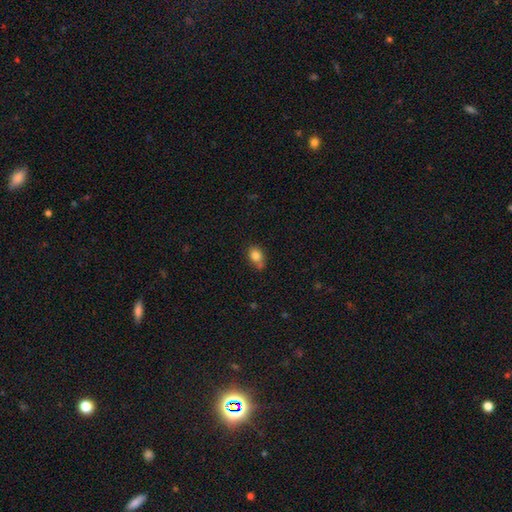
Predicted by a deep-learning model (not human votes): Smooth or featured: smooth — 82% (star or artifact — 10%)
How rounded: in between — 76% (round — 22%)
Merging: none — 51% (minor disturbance — 32%)